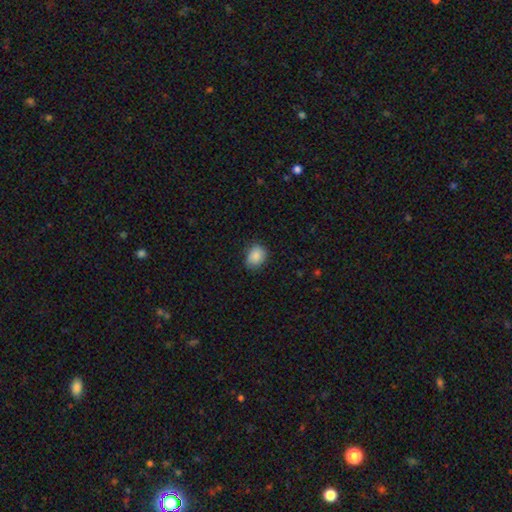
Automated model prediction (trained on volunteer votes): Overall: smooth (88%). How rounded: in between (57%; round 42%). Merging: none (78%).